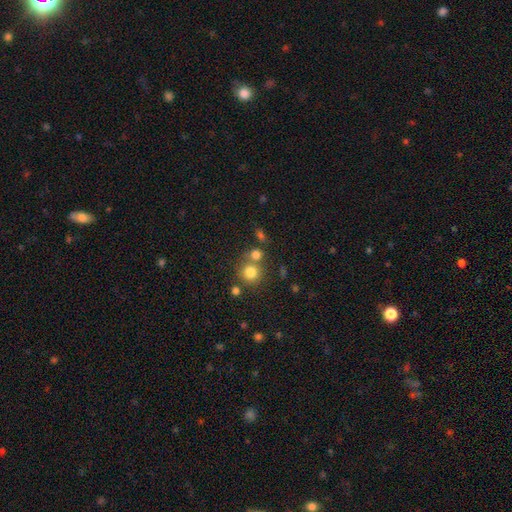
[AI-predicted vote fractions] smooth_or_featured: smooth (p=0.73) [alt: star or artifact p=0.17]
how_rounded: round (p=0.88) [alt: in between p=0.11]
merging: none (p=0.63) [alt: merger p=0.26]